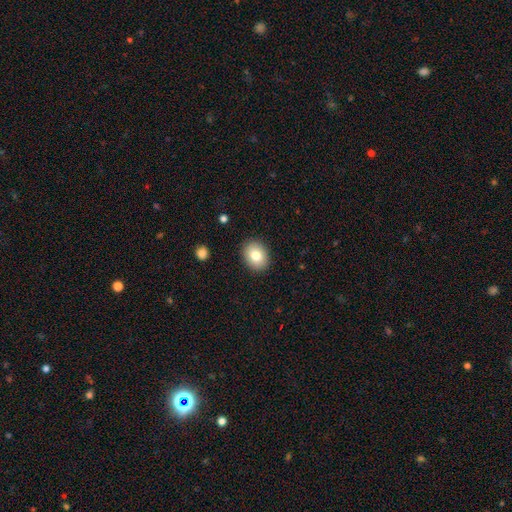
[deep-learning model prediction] Smooth or featured: smooth — 80% (featured or disk — 12%)
How rounded: in between — 55% (round — 44%)
Merging: none — 89% (minor disturbance — 8%)